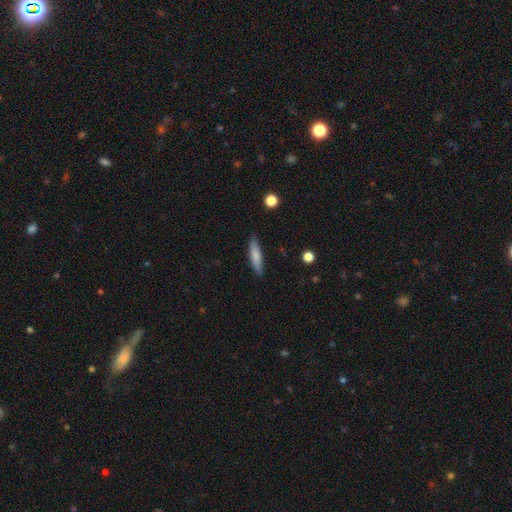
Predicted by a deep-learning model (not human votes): smooth_or_featured: smooth (p=0.75) [alt: featured or disk p=0.19]
how_rounded: cigar-shaped (p=0.77) [alt: in between p=0.21]
merging: none (p=0.87) [alt: minor disturbance p=0.10]